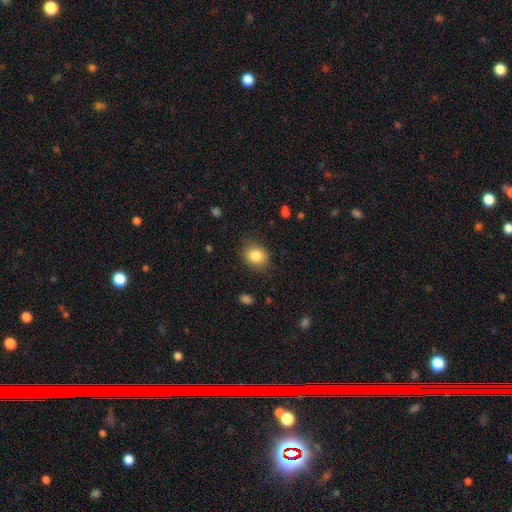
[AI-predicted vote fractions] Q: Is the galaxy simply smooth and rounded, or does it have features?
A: smooth — 84%.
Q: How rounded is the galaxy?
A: round — 53%.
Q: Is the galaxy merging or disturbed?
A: none — 83%.